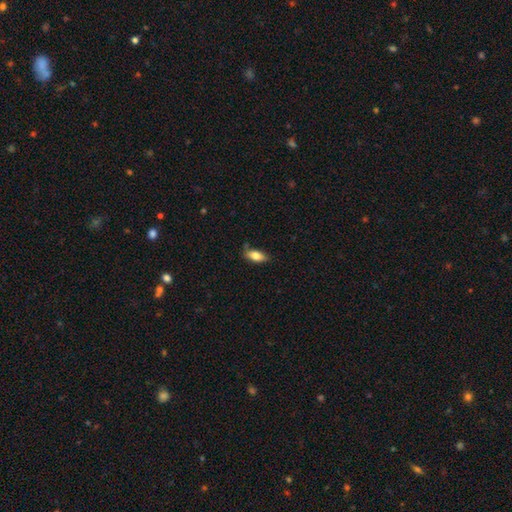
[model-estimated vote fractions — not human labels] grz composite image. It shows a smooth galaxy with no disk features (78%) that is in between round and cigar-shaped (84%). Merging: none (74%).